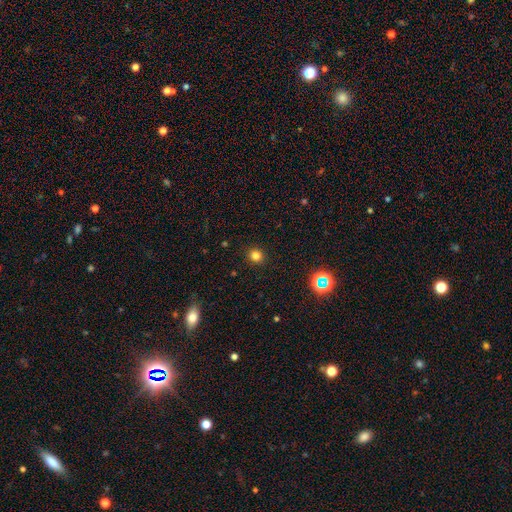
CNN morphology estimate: Smooth or featured? smooth (79%)
How rounded? round (90%)
Merging? none (92%)